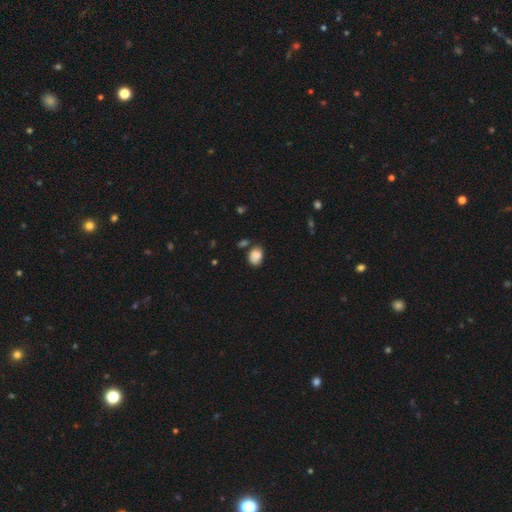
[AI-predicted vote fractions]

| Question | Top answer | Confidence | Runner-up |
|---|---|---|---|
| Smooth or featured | smooth | 85% | star or artifact (9%) |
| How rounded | in between | 70% | round (29%) |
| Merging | none | 61% | minor disturbance (23%) |